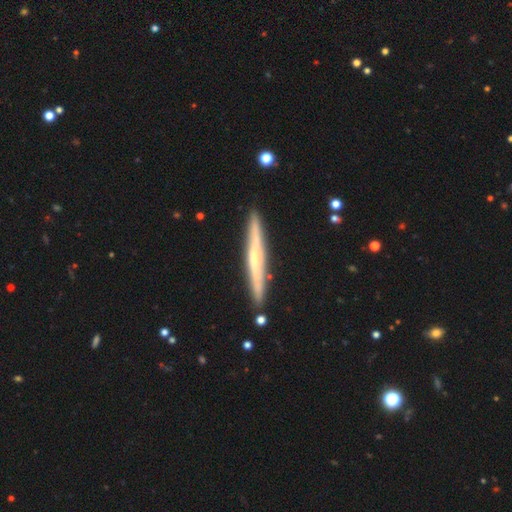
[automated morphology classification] A featured or disk galaxy (63%) viewed edge-on (96%) with no central bulge (52%). Merging: none (89%).